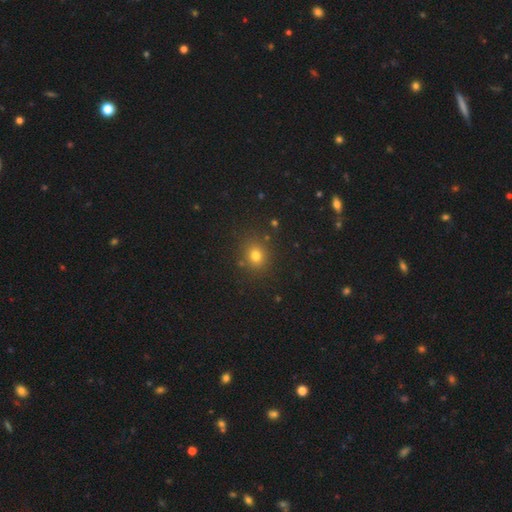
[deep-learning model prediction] Overall: smooth (75%). How rounded: round (79%). Merging: none (84%).